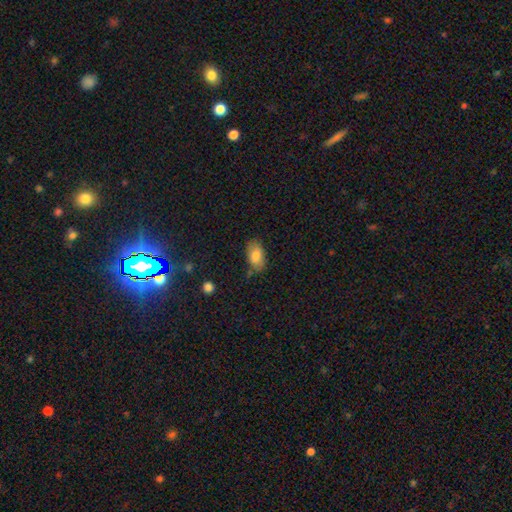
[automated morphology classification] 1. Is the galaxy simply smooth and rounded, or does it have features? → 82% smooth, 11% featured or disk, 7% star or artifact.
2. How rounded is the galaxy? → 92% in between, 5% round, 2% cigar-shaped.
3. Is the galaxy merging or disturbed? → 74% none, 19% minor disturbance, 4% major disturbance, 3% merger.